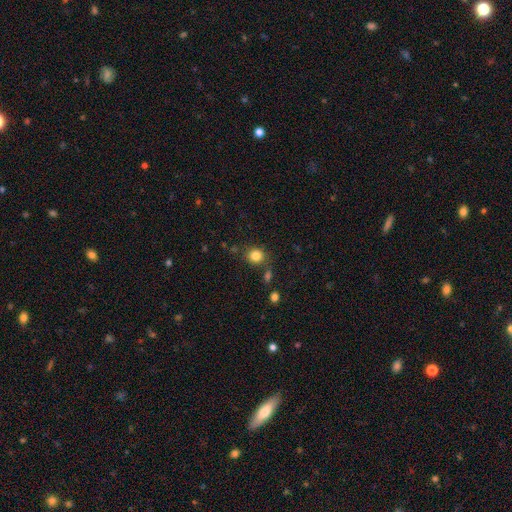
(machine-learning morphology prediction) This is clearly a smooth galaxy (83%). How rounded: likely round (77%). Merging: likely none (78%).